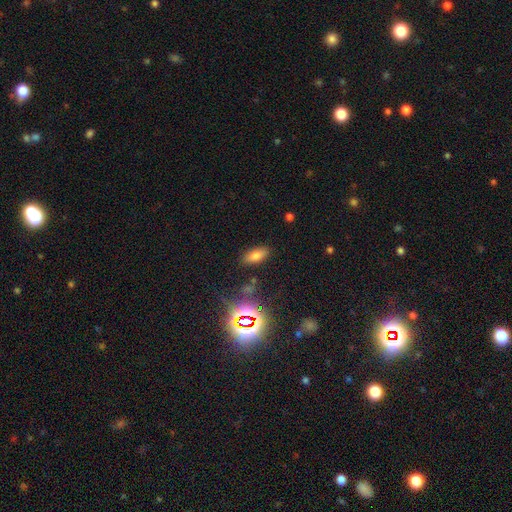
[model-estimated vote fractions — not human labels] smooth 70%, star or artifact 20%, featured or disk 11%. Down the decision tree: how rounded — in between (86%); merging — none (85%).